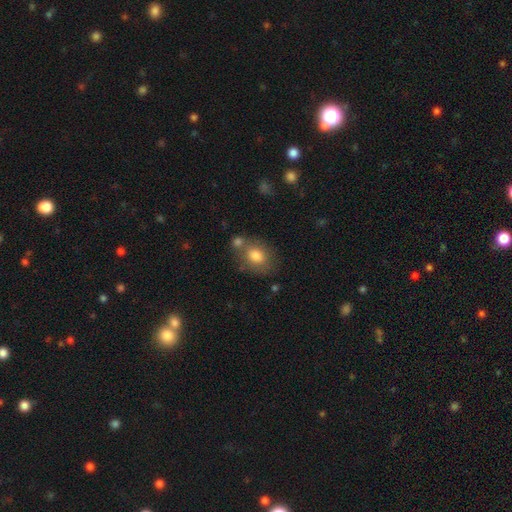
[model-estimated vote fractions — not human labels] Overall: smooth (79%). How rounded: in between (60%; round 39%). Merging: none (57%; merger 20%).